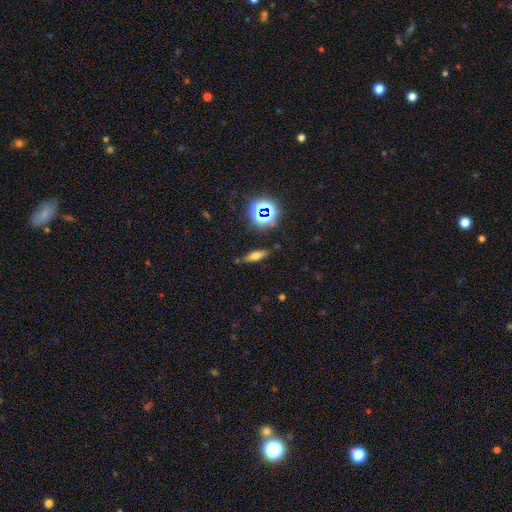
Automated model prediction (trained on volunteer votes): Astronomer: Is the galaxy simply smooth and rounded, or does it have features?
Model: smooth — 59%.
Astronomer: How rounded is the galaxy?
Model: cigar-shaped — 49% (runner-up: in between, 45%).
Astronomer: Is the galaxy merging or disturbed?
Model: none — 80%.